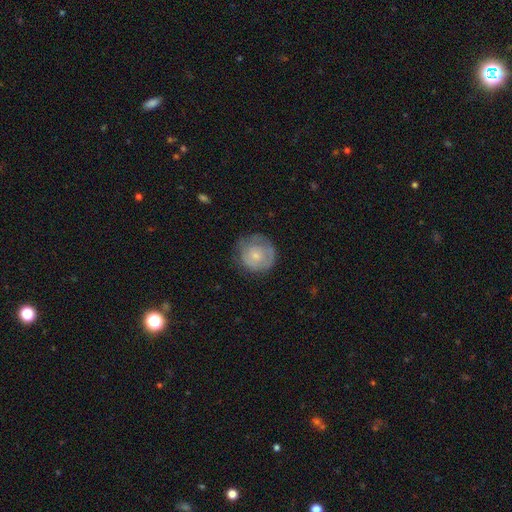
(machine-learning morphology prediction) Overall: smooth (56%; featured or disk 37%). How rounded: round (90%). Merging: none (65%).